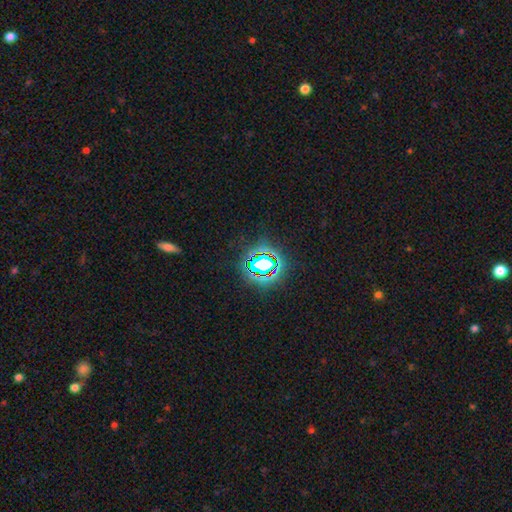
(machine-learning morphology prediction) Smooth or featured?
  - star or artifact: 78% *
  - smooth: 14%
  - featured or disk: 8%